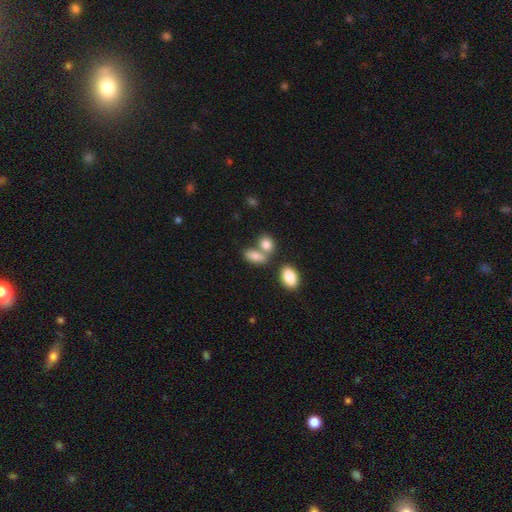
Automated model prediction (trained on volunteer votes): smooth 82%, featured or disk 9%, star or artifact 9%. Down the decision tree: how rounded — in between (83%); merging — none (45%).